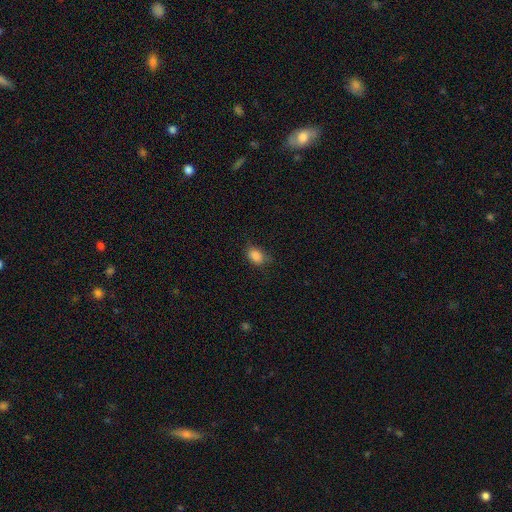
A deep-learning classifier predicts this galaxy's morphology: smooth_or_featured: smooth (p=0.86) [alt: star or artifact p=0.09]
how_rounded: in between (p=0.76) [alt: round p=0.23]
merging: none (p=0.72) [alt: minor disturbance p=0.21]